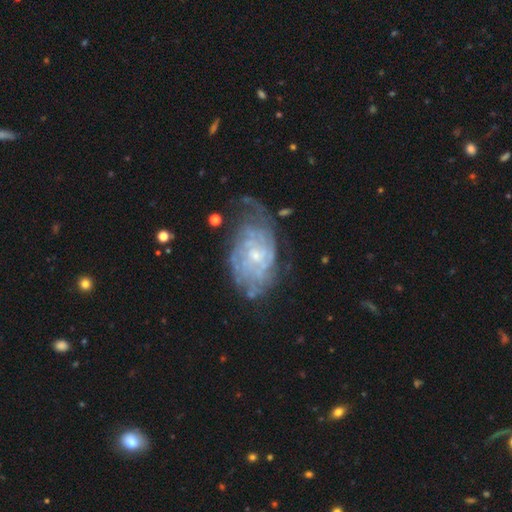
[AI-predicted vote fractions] Overall: featured or disk (82%). Edge-on disk: no (96%). Bar: no (67%; weak 28%). Spiral arms: yes (90%). Spiral arm count: can't tell (54%). Spiral winding: tight (67%). Bulge size: small (63%; moderate 30%). Merging: none (52%; minor disturbance 27%).